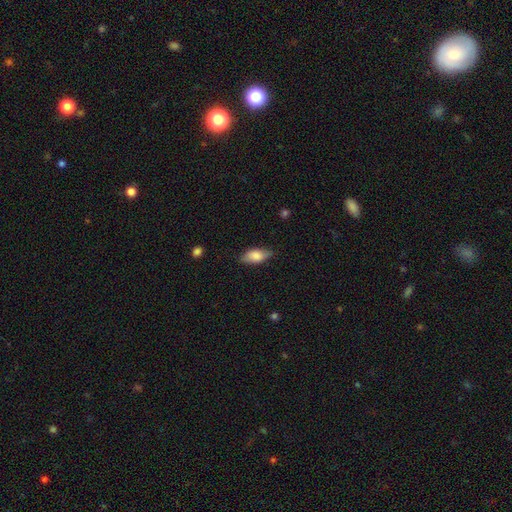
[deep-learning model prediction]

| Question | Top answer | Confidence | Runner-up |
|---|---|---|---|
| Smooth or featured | smooth | 77% | featured or disk (17%) |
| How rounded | in between | 85% | cigar-shaped (12%) |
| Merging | none | 77% | minor disturbance (18%) |